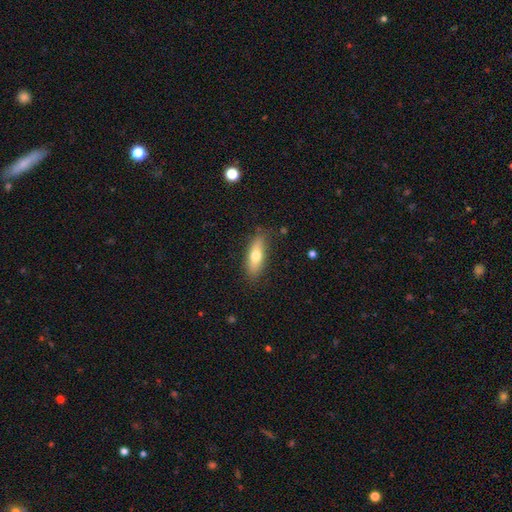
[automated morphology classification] The model was most divided on "how rounded": in between: 54%, cigar-shaped: 43%, round: 3%. More confident: merging — none (82%); smooth or featured — smooth (66%).